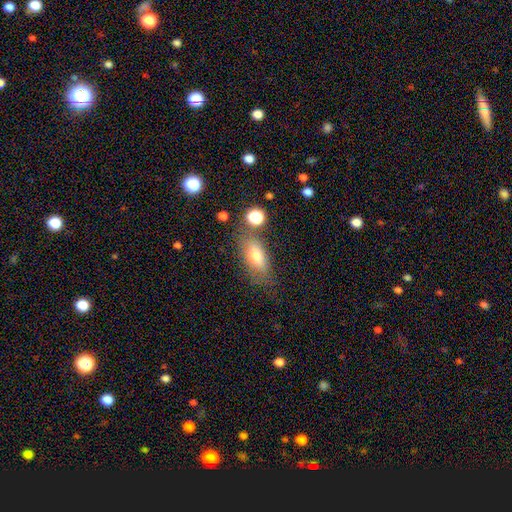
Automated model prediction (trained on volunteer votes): Smooth or featured? smooth (72%)
How rounded? in between (77%)
Merging? none (70%)